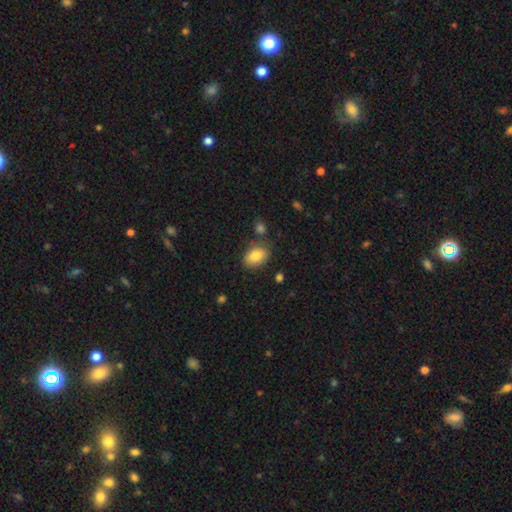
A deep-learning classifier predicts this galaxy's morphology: smooth_or_featured: smooth (p=0.83) [alt: featured or disk p=0.09]
how_rounded: in between (p=0.87) [alt: round p=0.12]
merging: none (p=0.77) [alt: minor disturbance p=0.14]